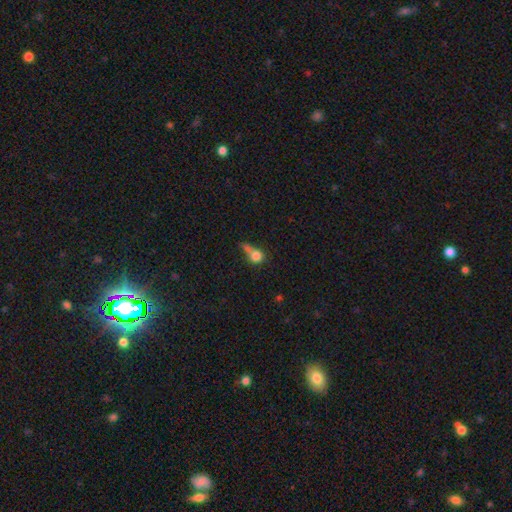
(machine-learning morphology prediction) smooth 70%, featured or disk 16%, star or artifact 14%. Down the decision tree: how rounded — round (71%); merging — merger (35%).